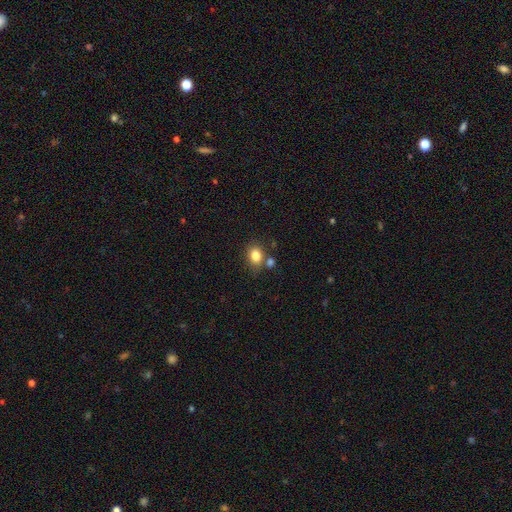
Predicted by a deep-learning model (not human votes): Smooth or featured?
  - smooth: 82% *
  - star or artifact: 10%
  - featured or disk: 7%
How rounded?
  - in between: 55% *
  - round: 44%
  - cigar-shaped: 1%
Merging?
  - none: 65% *
  - merger: 17%
  - minor disturbance: 14%
  - major disturbance: 4%